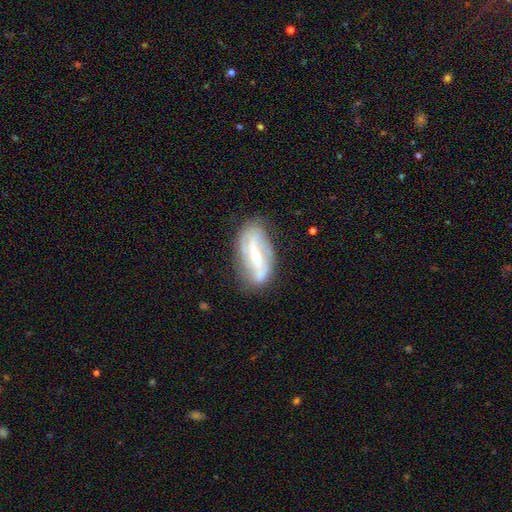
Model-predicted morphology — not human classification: smooth-or-featured: featured or disk: 76% | smooth: 17% | star or artifact: 7%
  disk-edge-on: no: 88% | yes: 12%
    bar: strong: 63% | weak: 28% | no: 10%
    has-spiral-arms: yes: 78% | no: 22%
      spiral-winding: medium: 35% (tied) | loose: 35% (tied) | tight: 29%
      spiral-arm-count: 2: 71% | can't tell: 19% | 1: 4% | 3: 3% | 4: 2% | more than 4: 1%
    bulge-size: moderate: 46% | small: 45% | large: 4% | none: 4% | dominant: 1%
  merging: none: 73% | minor disturbance: 19% | major disturbance: 6% | merger: 2%